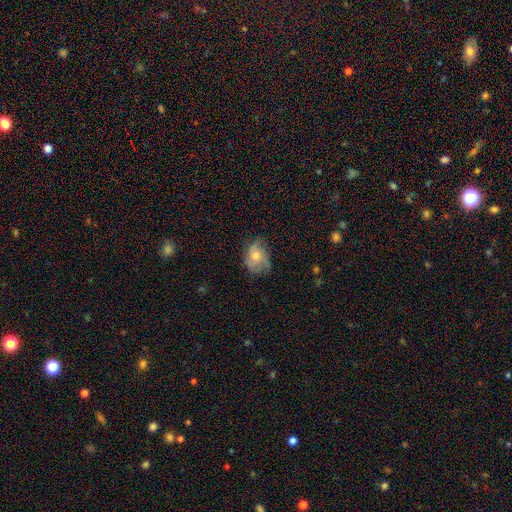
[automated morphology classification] type=smooth (47%); merging=none (55%).